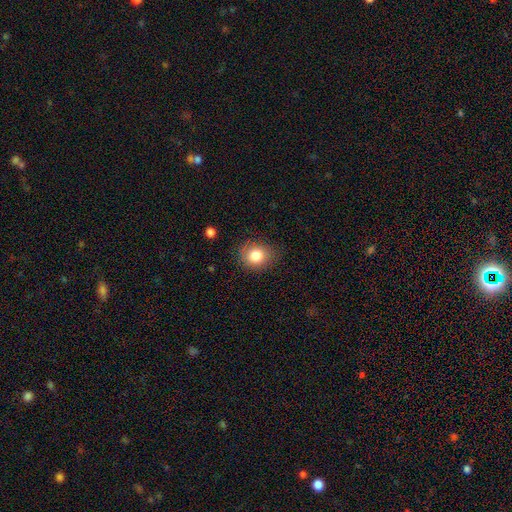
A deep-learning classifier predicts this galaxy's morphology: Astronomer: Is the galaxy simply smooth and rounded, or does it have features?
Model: smooth — 82%.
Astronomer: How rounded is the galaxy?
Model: round — 67%.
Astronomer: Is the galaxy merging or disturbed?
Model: none — 79%.